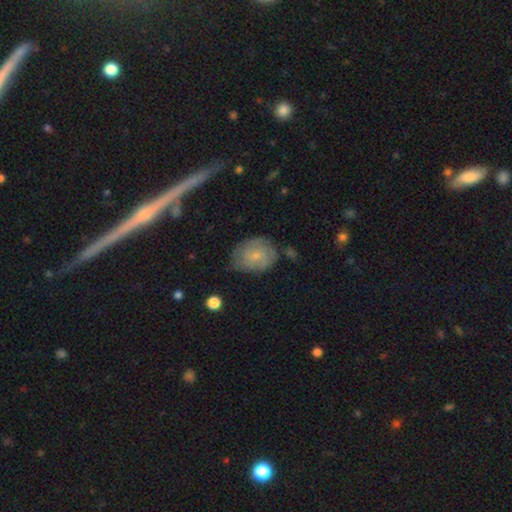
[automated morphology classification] Smooth or featured? Predicted: smooth (p=0.49). Merging? Predicted: none (p=0.64).